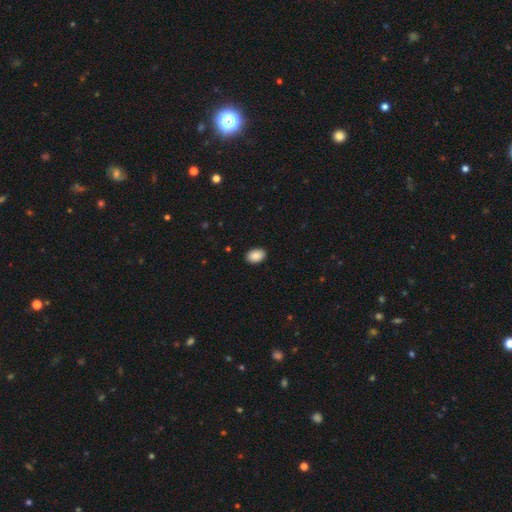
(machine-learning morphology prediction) A smooth galaxy with no disk features (89%) that is in between round and cigar-shaped (85%). Merging: none (90%).